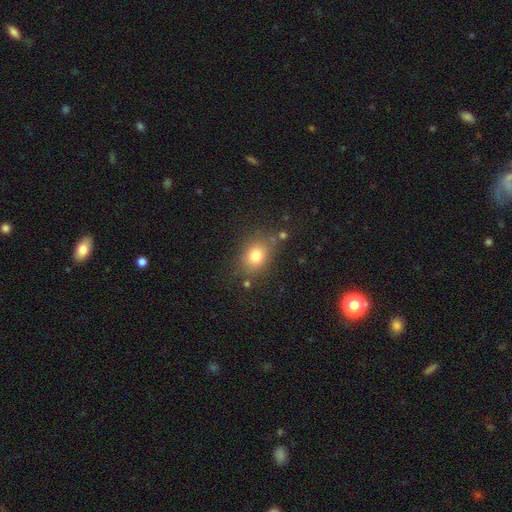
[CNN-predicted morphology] This is likely a smooth galaxy (77%). How rounded: possibly in between (53%). Merging: likely none (74%).